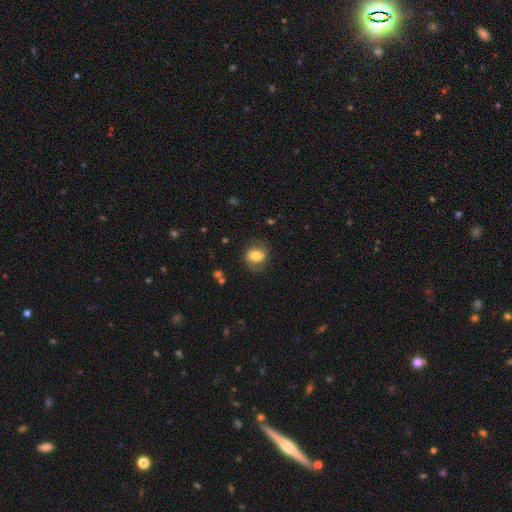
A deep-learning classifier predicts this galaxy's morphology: A smooth galaxy with no disk features (70%) that is round (52%).

Vote fractions:
- Smooth or featured? smooth: 70% / featured or disk: 22% / star or artifact: 8%
- How rounded? round: 52% / in between: 47% / cigar-shaped: 1%
- Merging? none: 74% / minor disturbance: 17% / major disturbance: 8% / merger: 1%